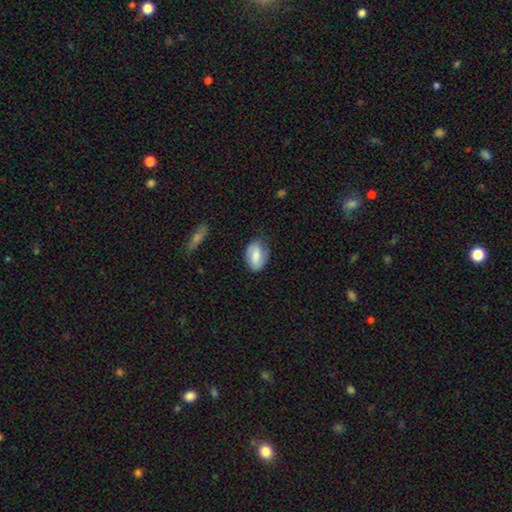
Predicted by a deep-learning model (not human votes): Morphology: type=smooth (68%); roundness=in between (86%); merging=none (68%).